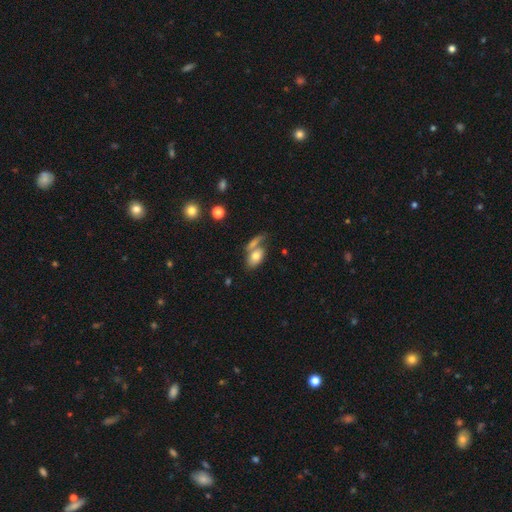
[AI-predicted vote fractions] Smooth or featured?
  - smooth: 73% *
  - featured or disk: 19%
  - star or artifact: 8%
How rounded?
  - in between: 89% *
  - round: 7%
  - cigar-shaped: 5%
Merging?
  - none: 41% *
  - merger: 40%
  - minor disturbance: 12%
  - major disturbance: 7%